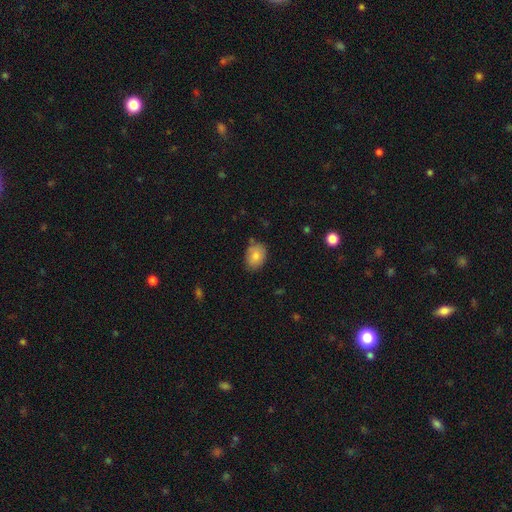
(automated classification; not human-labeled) Smooth or featured?
  - smooth: 82% *
  - featured or disk: 10%
  - star or artifact: 8%
How rounded?
  - in between: 67% *
  - round: 32%
  - cigar-shaped: 1%
Merging?
  - none: 78% *
  - minor disturbance: 17%
  - major disturbance: 3%
  - merger: 3%